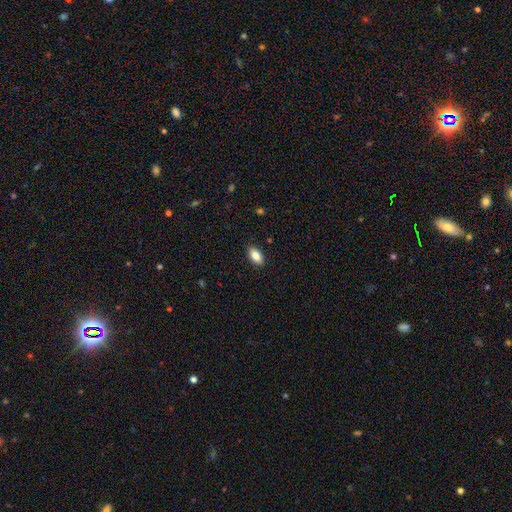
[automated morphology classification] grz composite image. It shows a smooth galaxy with no disk features (83%) that is in between round and cigar-shaped (91%). Merging: none (89%).